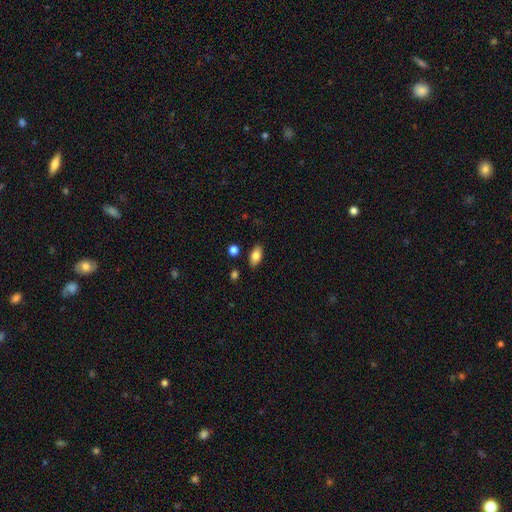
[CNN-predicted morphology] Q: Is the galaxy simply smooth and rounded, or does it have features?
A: smooth — 81%.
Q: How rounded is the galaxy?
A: in between — 90%.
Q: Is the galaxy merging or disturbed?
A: none — 85%.